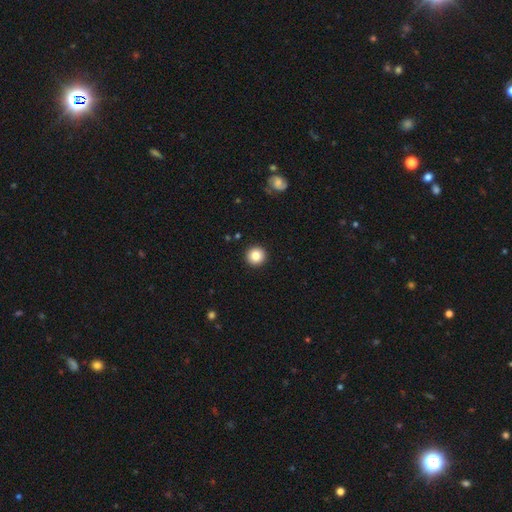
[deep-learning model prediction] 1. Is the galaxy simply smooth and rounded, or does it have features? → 84% smooth, 9% star or artifact, 7% featured or disk.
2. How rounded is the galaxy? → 96% round, 3% in between, 1% cigar-shaped.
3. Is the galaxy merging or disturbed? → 93% none, 4% minor disturbance, 2% major disturbance, 1% merger.